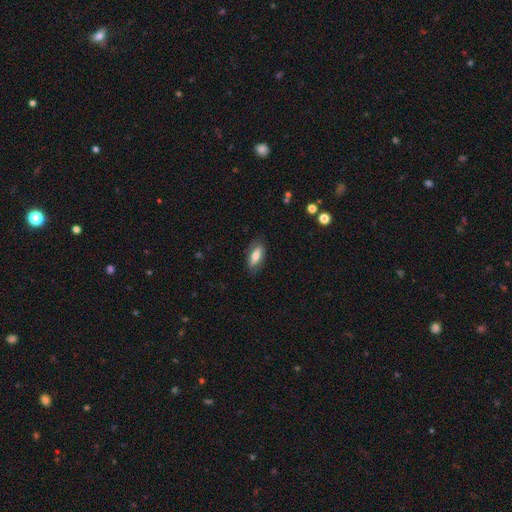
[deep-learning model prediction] smooth-or-featured: smooth: 63% | featured or disk: 31% | star or artifact: 7%
  how-rounded: in between: 75% | cigar-shaped: 22% | round: 3%
  merging: none: 79% | minor disturbance: 16% | major disturbance: 4% | merger: 1%